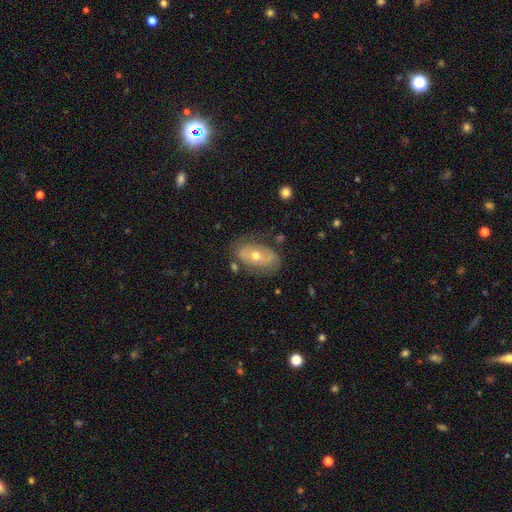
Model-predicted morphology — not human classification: A featured or disk galaxy (52%). Merging: none (69%).